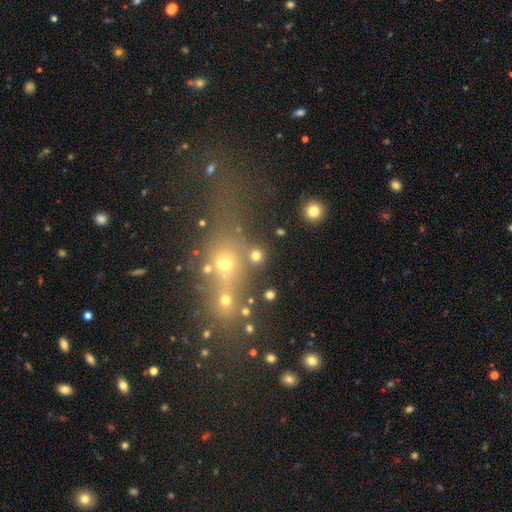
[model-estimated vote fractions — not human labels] Overall: smooth (70%). How rounded: round (80%). Merging: none (59%; merger 26%).